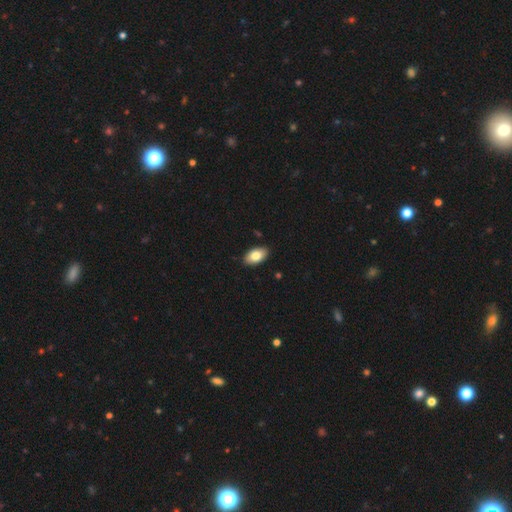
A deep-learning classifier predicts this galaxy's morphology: The model was most divided on "smooth or featured": smooth: 81%, featured or disk: 12%, star or artifact: 7%. More confident: how rounded — in between (94%); merging — none (89%).